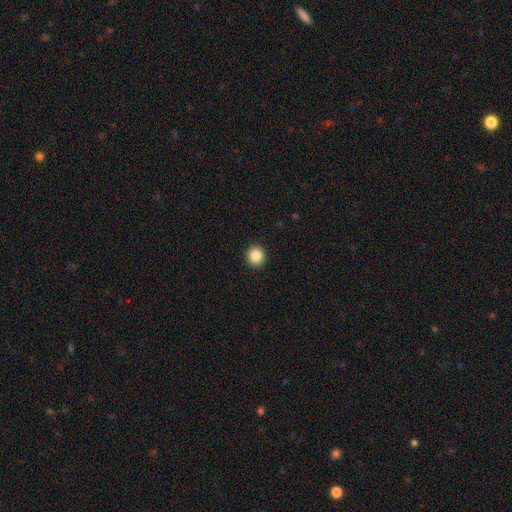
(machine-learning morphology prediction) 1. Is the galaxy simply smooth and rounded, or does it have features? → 86% smooth, 10% star or artifact, 4% featured or disk.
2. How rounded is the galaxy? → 94% round, 5% in between, 1% cigar-shaped.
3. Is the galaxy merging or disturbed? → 93% none, 4% minor disturbance, 1% major disturbance, 1% merger.